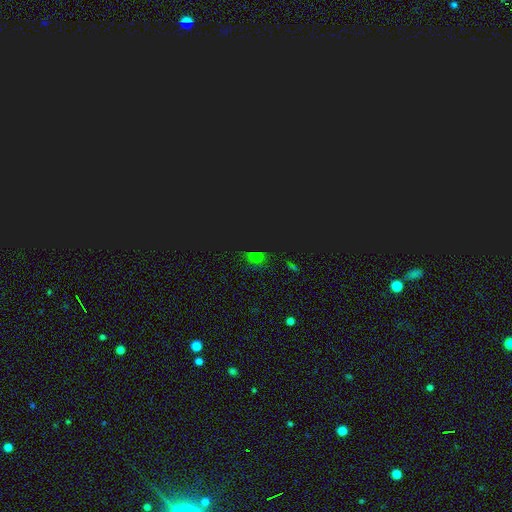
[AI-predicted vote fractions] A star or artifact, not a galaxy (55%).